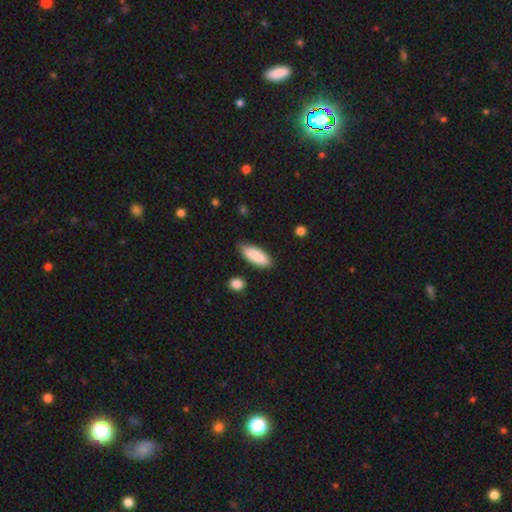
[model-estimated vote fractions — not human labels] A smooth galaxy with no disk features (88%) that is in between round and cigar-shaped (72%). Merging: none (83%).